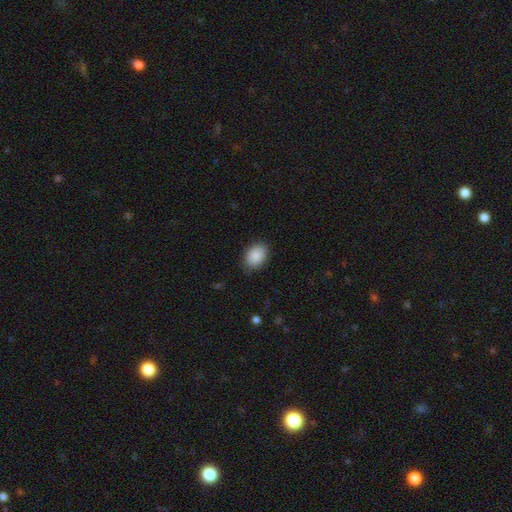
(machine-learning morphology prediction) This appears to be a smooth galaxy with no disk features (89%) that is in between round and cigar-shaped (75%). Merging: none (85%).